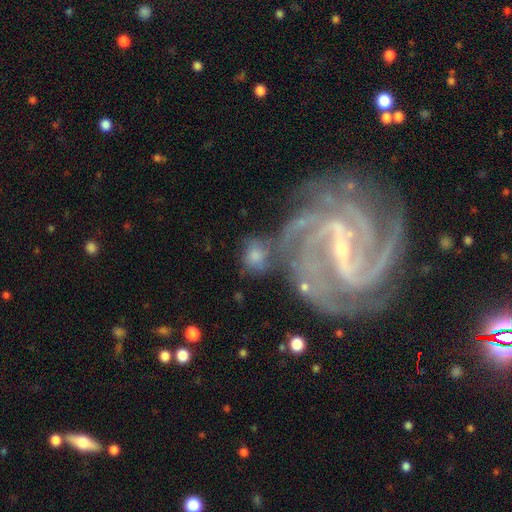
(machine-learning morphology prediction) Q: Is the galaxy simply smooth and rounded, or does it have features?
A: smooth — 53%.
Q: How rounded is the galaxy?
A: round — 69%.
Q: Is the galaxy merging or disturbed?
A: none — 38%.